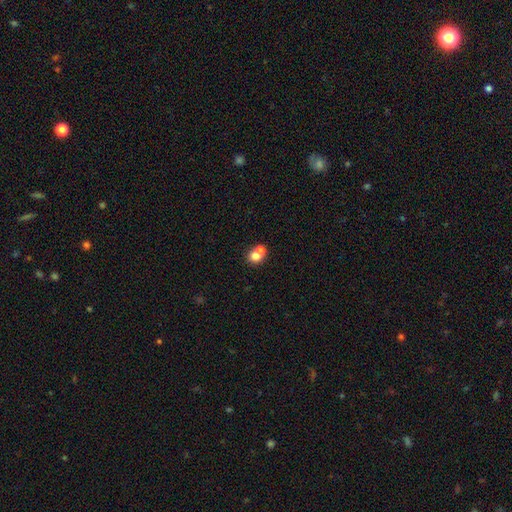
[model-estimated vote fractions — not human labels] Smooth or featured: smooth — 72% (featured or disk — 17%)
How rounded: round — 75% (in between — 24%)
Merging: merger — 57% (none — 35%)